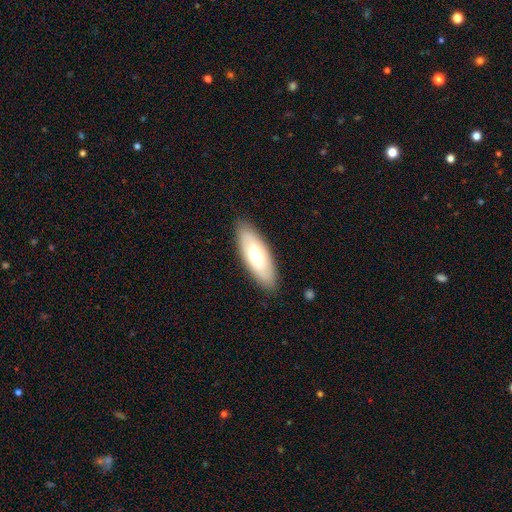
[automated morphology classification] smooth_or_featured: smooth (p=0.63) [alt: featured or disk p=0.32]
how_rounded: in between (p=0.71) [alt: cigar-shaped p=0.27]
merging: none (p=0.87) [alt: minor disturbance p=0.10]